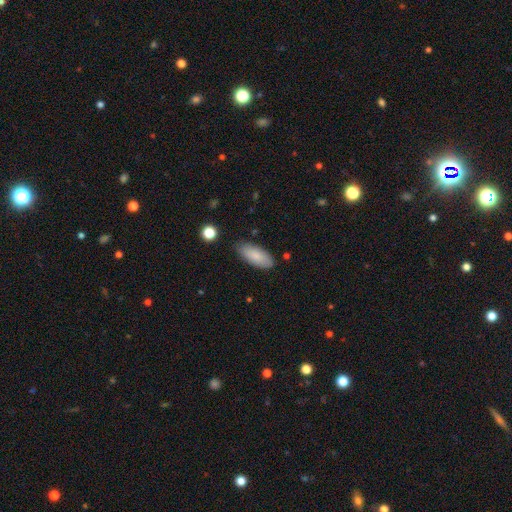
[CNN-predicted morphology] A smooth galaxy with no disk features (85%) that is in between round and cigar-shaped (84%). Merging: none (84%).